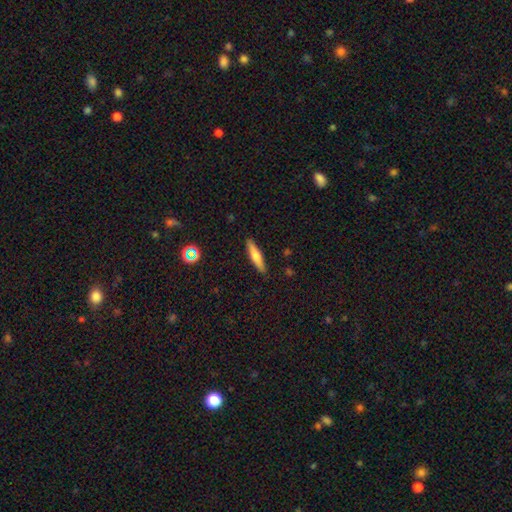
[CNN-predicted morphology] Smooth or featured? Predicted: smooth (p=0.61). How rounded? Predicted: cigar-shaped (p=0.79). Merging? Predicted: none (p=0.90).